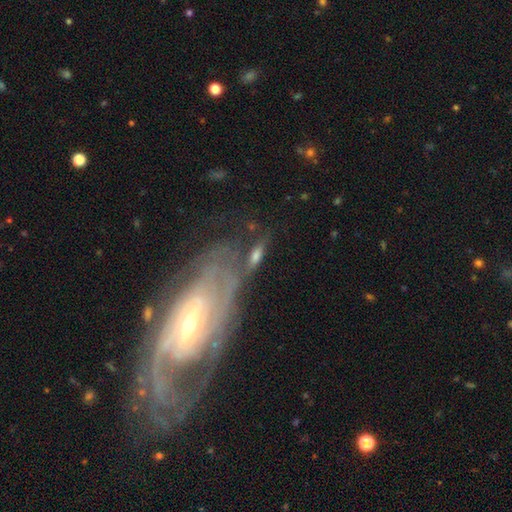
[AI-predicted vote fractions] Smooth or featured?
  - featured or disk: 46% *
  - smooth: 43%
  - star or artifact: 12%
Merging?
  - none: 54% *
  - minor disturbance: 19%
  - merger: 14%
  - major disturbance: 13%